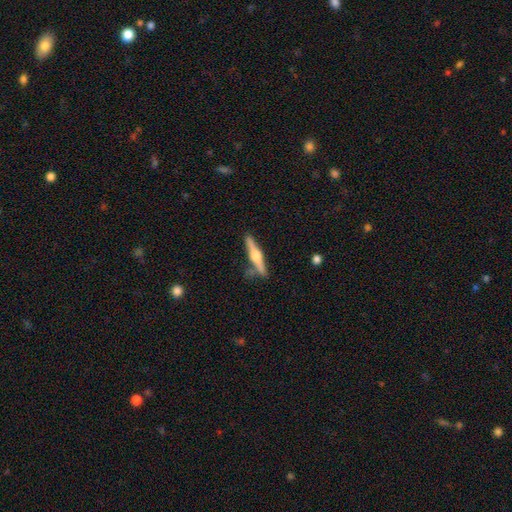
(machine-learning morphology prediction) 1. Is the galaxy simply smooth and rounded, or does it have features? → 70% featured or disk, 25% smooth, 5% star or artifact.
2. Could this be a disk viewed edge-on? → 98% yes, 2% no.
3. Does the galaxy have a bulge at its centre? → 93% rounded, 5% boxy, 3% none.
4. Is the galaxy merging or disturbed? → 82% none, 11% minor disturbance, 4% merger, 3% major disturbance.